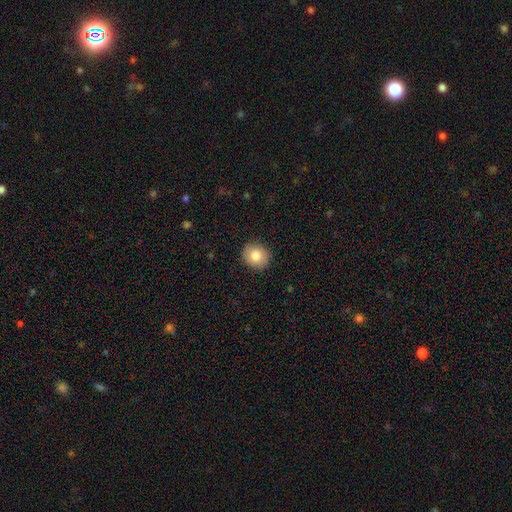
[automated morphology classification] The model was most divided on "how rounded": round: 72%, in between: 27%, cigar-shaped: 1%. More confident: merging — none (90%); smooth or featured — smooth (79%).